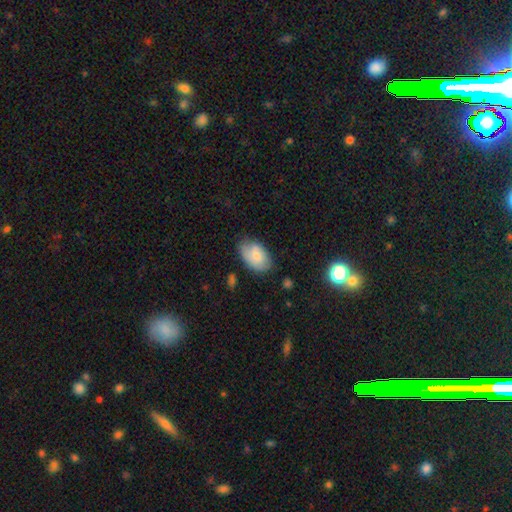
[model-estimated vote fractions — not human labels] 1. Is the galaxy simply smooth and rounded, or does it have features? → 72% smooth, 21% featured or disk, 7% star or artifact.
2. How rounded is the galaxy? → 91% in between, 8% round, 1% cigar-shaped.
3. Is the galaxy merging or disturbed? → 66% none, 26% minor disturbance, 6% major disturbance, 2% merger.